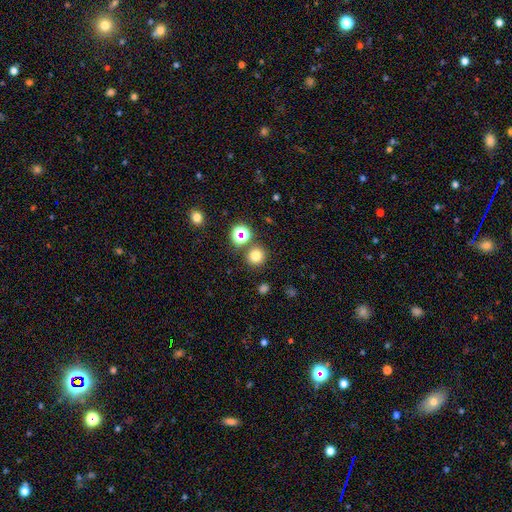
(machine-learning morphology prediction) This is likely a smooth galaxy (74%). How rounded: clearly round (92%). Merging: clearly none (83%).